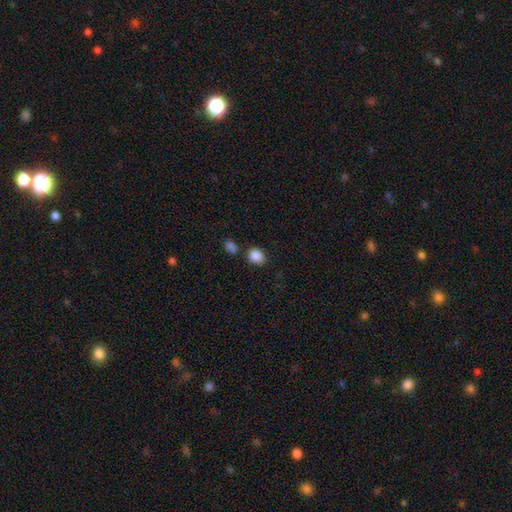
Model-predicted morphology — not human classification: Smooth or featured? smooth (87%)
How rounded? in between (57%)
Merging? none (73%)